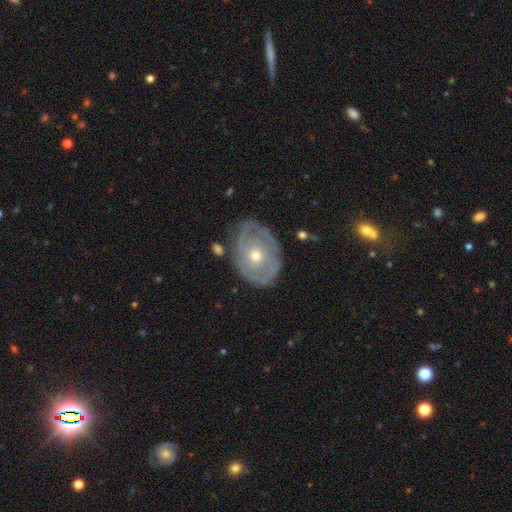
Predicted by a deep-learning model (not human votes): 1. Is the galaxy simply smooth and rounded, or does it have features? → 75% featured or disk, 19% smooth, 6% star or artifact.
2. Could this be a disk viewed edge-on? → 95% no, 5% yes.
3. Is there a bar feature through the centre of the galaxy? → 81% no, 15% weak, 4% strong.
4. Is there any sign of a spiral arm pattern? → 72% yes, 28% no.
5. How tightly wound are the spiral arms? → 66% tight, 24% medium, 9% loose.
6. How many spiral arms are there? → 45% can't tell, 28% 2, 13% 3, 6% 1, 5% 4, 3% more than 4.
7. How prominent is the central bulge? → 50% small, 47% moderate, 1% large, 1% none, 1% dominant.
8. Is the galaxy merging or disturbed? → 68% none, 22% minor disturbance, 8% major disturbance, 3% merger.